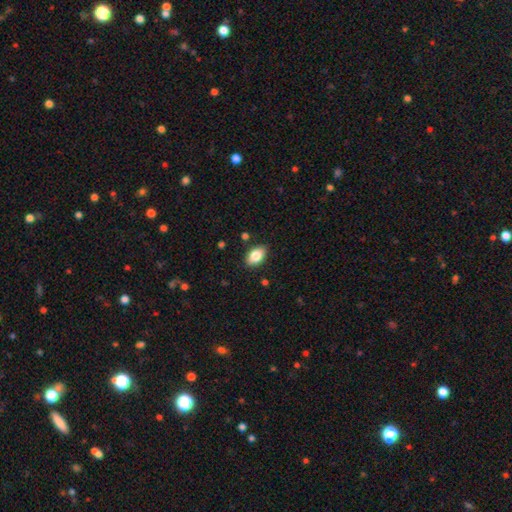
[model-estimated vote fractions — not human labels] A smooth galaxy with no disk features (83%) that is in between round and cigar-shaped (89%). Merging: none (87%).